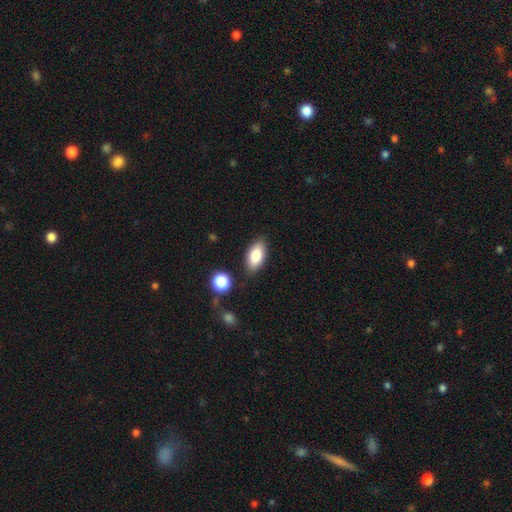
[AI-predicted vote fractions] Overall: smooth (83%). How rounded: in between (90%). Merging: none (83%).